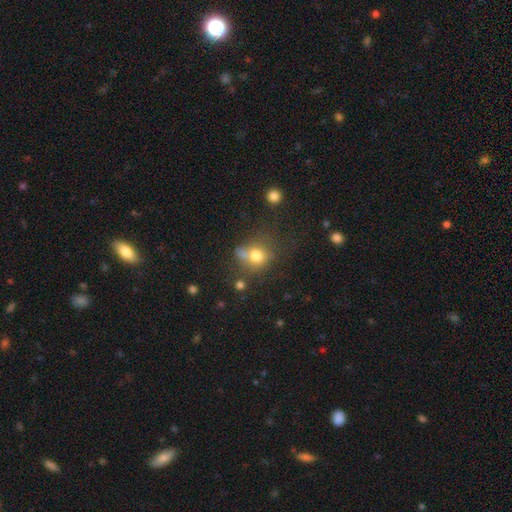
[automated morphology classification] Smooth or featured?
  - smooth: 74% *
  - star or artifact: 14%
  - featured or disk: 12%
How rounded?
  - round: 72% *
  - in between: 27%
  - cigar-shaped: 1%
Merging?
  - none: 48% *
  - merger: 21%
  - minor disturbance: 19%
  - major disturbance: 12%